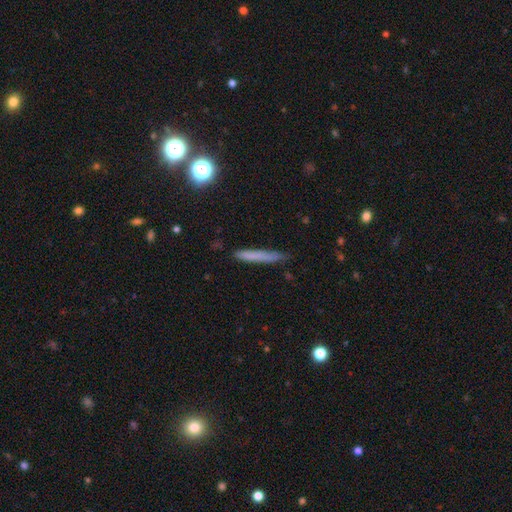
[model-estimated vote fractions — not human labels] This is likely a smooth galaxy (70%). How rounded: clearly cigar-shaped (95%). Merging: likely none (78%).